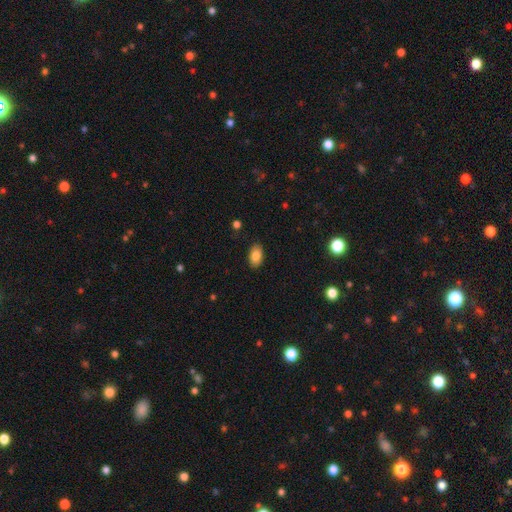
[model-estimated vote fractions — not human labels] A smooth galaxy with no disk features (85%) that is in between round and cigar-shaped (92%). Merging: none (87%).